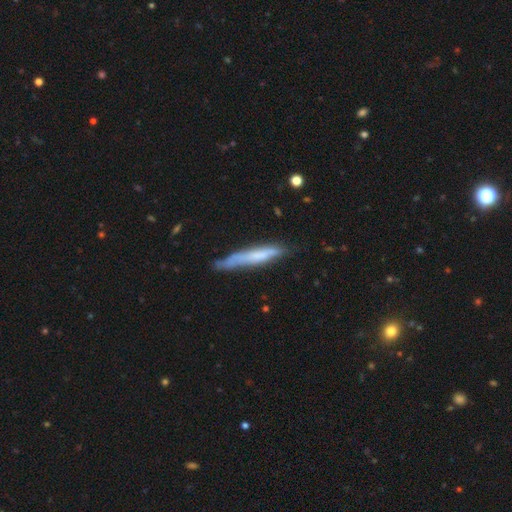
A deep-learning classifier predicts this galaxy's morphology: Overall: smooth (54%; featured or disk 39%). How rounded: cigar-shaped (93%). Merging: none (67%).